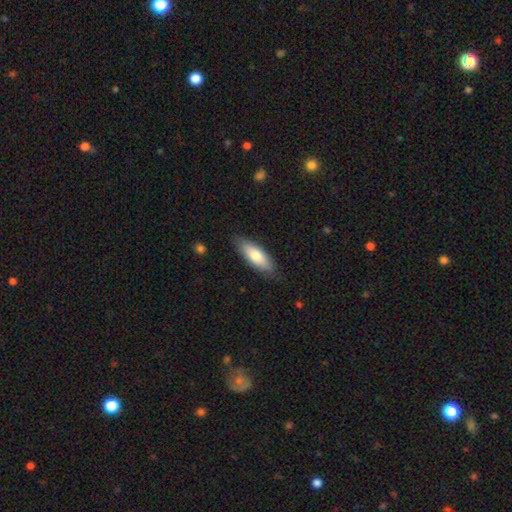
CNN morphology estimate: The model was most divided on "how rounded": in between: 64%, cigar-shaped: 34%, round: 2%. More confident: merging — none (84%); smooth or featured — smooth (73%).